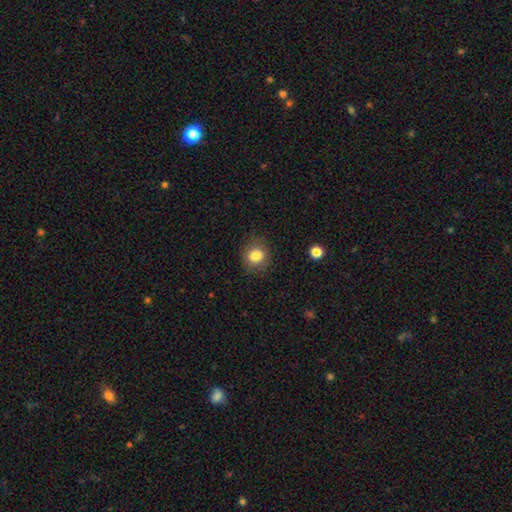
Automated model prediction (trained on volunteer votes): Smooth or featured?
  - smooth: 82% *
  - star or artifact: 10%
  - featured or disk: 8%
How rounded?
  - round: 74% *
  - in between: 25%
  - cigar-shaped: 1%
Merging?
  - none: 84% *
  - minor disturbance: 11%
  - major disturbance: 4%
  - merger: 1%